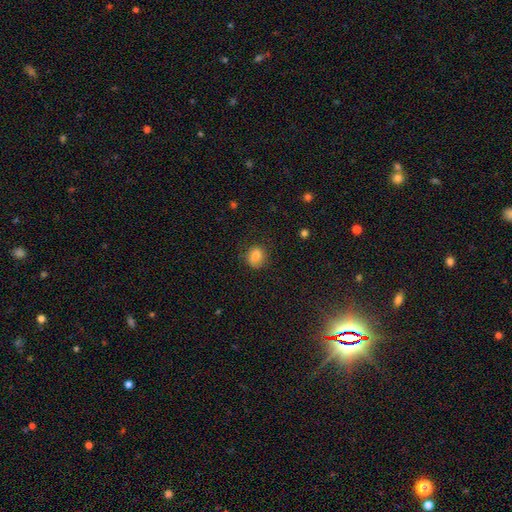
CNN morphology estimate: smooth_or_featured: smooth (p=0.83) [alt: star or artifact p=0.10]
how_rounded: round (p=0.64) [alt: in between p=0.35]
merging: none (p=0.71) [alt: minor disturbance p=0.20]